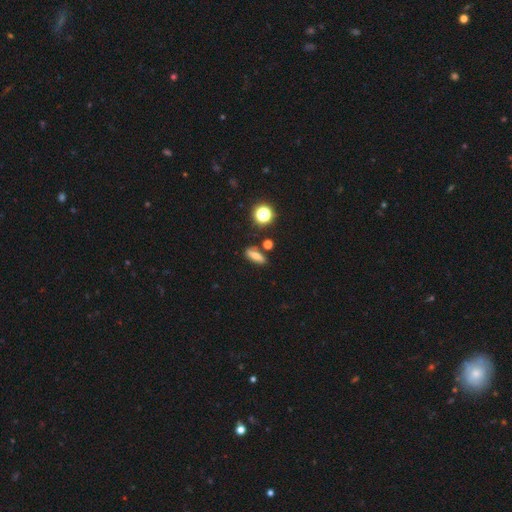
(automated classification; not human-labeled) This appears to be a smooth galaxy with no disk features (62%) that is in between round and cigar-shaped (51%). Merging: none (75%).